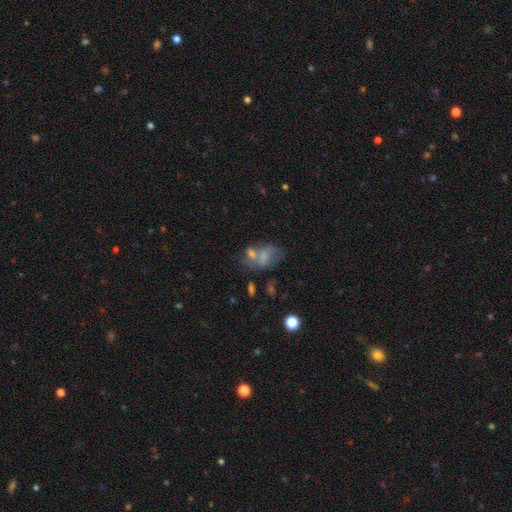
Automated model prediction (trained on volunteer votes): A smooth galaxy with no disk features (47%). Merging: merger (37%).